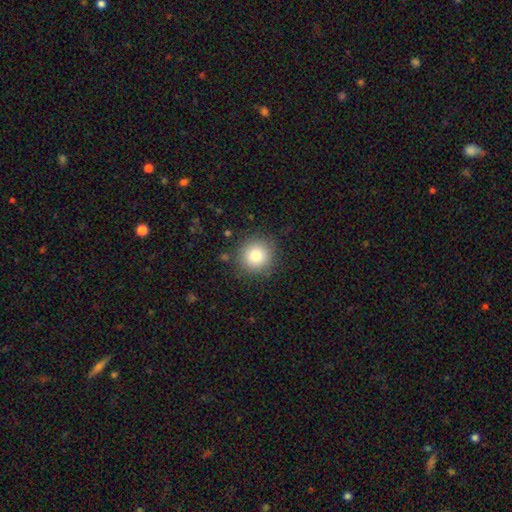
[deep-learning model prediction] A smooth galaxy with no disk features (81%) that is round (94%). Merging: none (87%).